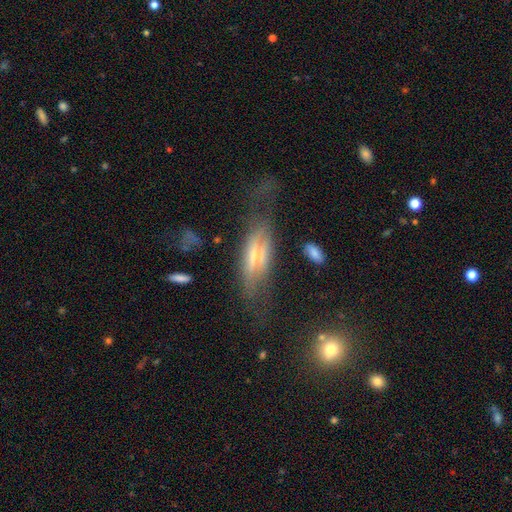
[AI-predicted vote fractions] Morphology: type=featured or disk (63%); edge-on=yes (82%); edge-on bulge=rounded (69%); merging=none (53%).